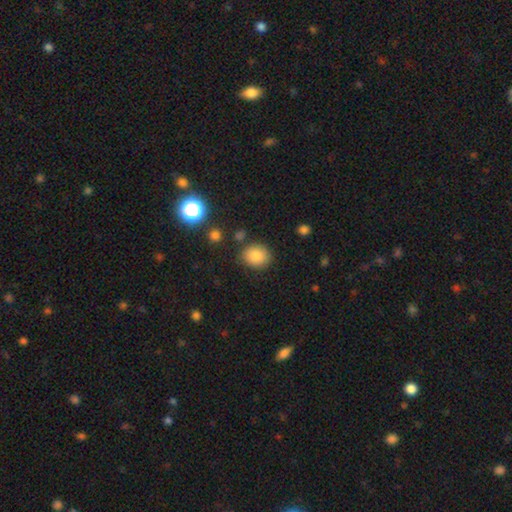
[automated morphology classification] Overall: smooth (84%). How rounded: round (64%; in between 35%). Merging: none (82%).